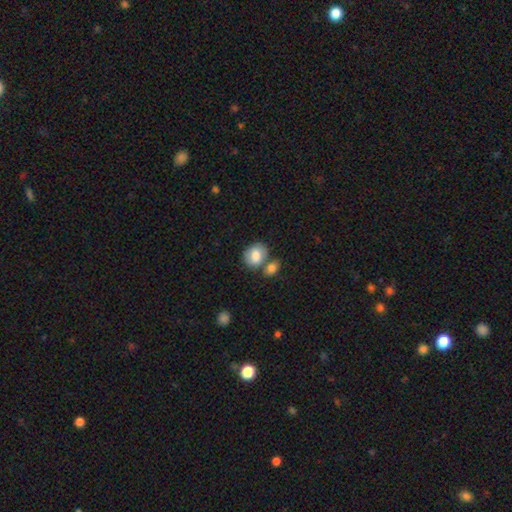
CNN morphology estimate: Smooth or featured?
  - smooth: 82% *
  - featured or disk: 11%
  - star or artifact: 7%
How rounded?
  - in between: 53% *
  - round: 46%
  - cigar-shaped: 1%
Merging?
  - none: 51% *
  - merger: 30%
  - minor disturbance: 15%
  - major disturbance: 4%